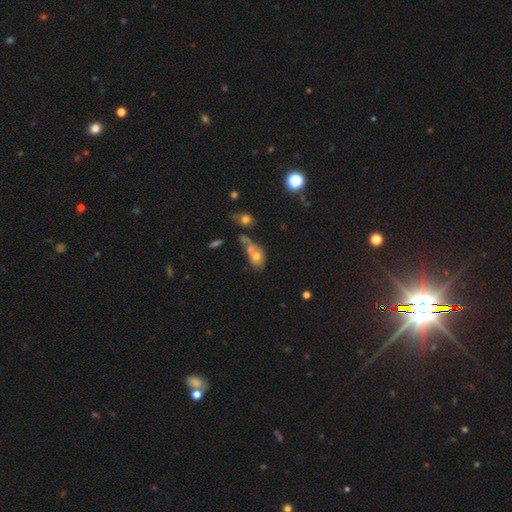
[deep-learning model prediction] Q: Smooth or featured?
A: smooth (56%); runner-up: featured or disk (26%)
Q: How rounded?
A: in between (70%); runner-up: round (26%)
Q: Merging?
A: merger (48%); runner-up: none (27%)